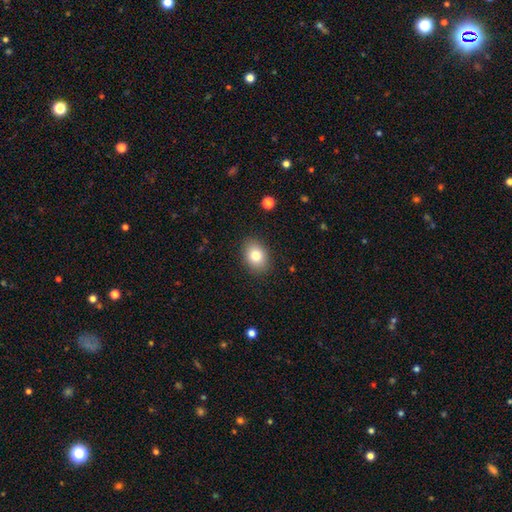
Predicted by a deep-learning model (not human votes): A smooth galaxy with no disk features (81%) that is in between round and cigar-shaped (67%).

Vote fractions:
- Smooth or featured? smooth: 81% / featured or disk: 10% / star or artifact: 9%
- How rounded? in between: 67% / round: 32% / cigar-shaped: 1%
- Merging? none: 88% / minor disturbance: 9% / major disturbance: 2% / merger: 1%